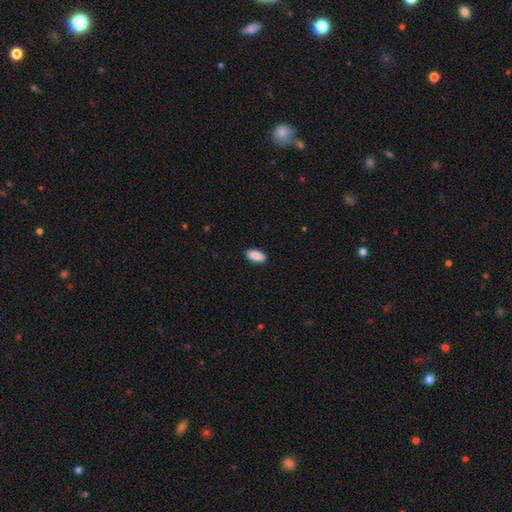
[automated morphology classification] Smooth or featured: smooth — 91% (star or artifact — 6%)
How rounded: in between — 86% (cigar-shaped — 12%)
Merging: none — 90% (minor disturbance — 7%)